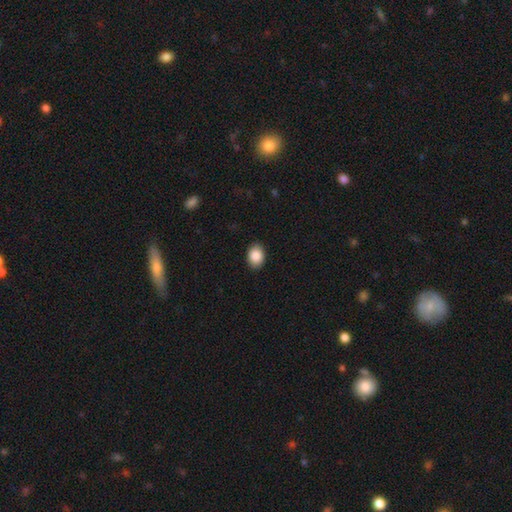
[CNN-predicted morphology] Smooth or featured? Predicted: smooth (p=0.89). How rounded? Predicted: in between (p=0.74). Merging? Predicted: none (p=0.89).